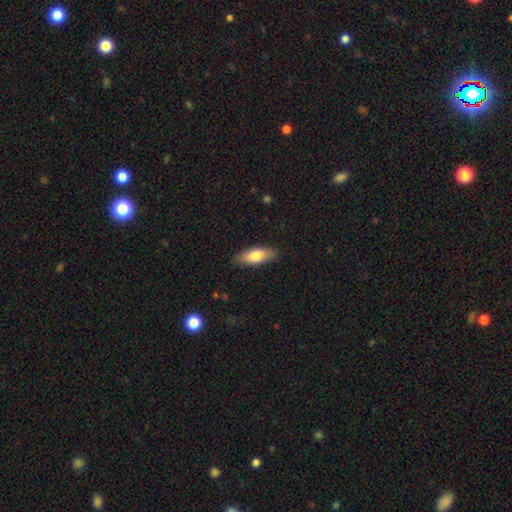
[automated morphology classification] Overall: smooth (77%). How rounded: in between (75%). Merging: none (86%).